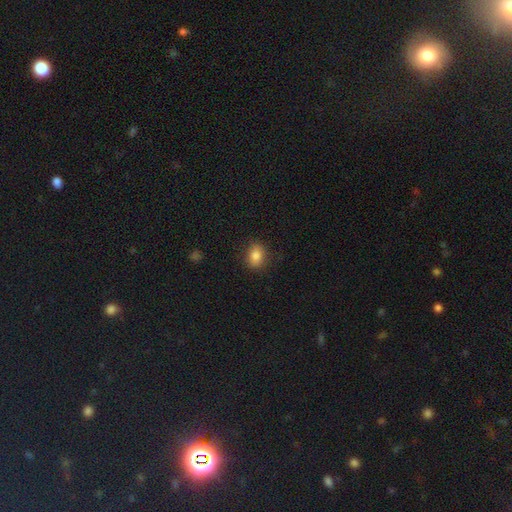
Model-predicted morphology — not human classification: Smooth or featured? Predicted: smooth (p=0.84). How rounded? Predicted: in between (p=0.61). Merging? Predicted: none (p=0.85).